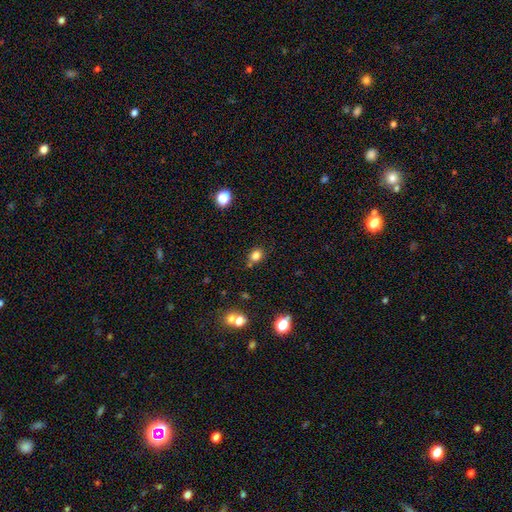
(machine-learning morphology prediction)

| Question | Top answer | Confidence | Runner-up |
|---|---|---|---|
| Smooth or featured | smooth | 80% | star or artifact (14%) |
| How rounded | round | 64% | in between (35%) |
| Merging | none | 71% | minor disturbance (15%) |